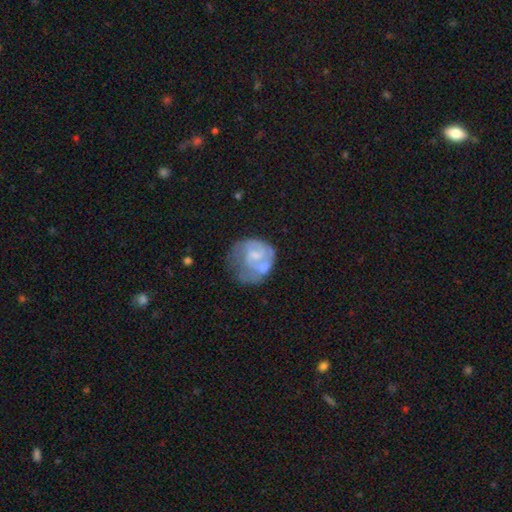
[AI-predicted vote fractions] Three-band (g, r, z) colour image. It shows a featured or disk galaxy (59%) with no bar (59%), spiral arms (60%) and a small central bulge (38%). Merging: none (33%, tied with major disturbance).